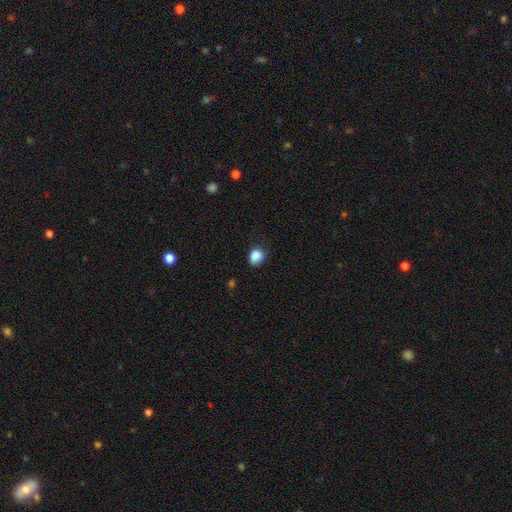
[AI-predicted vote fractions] Smooth or featured? smooth (87%)
How rounded? round (55%)
Merging? none (71%)